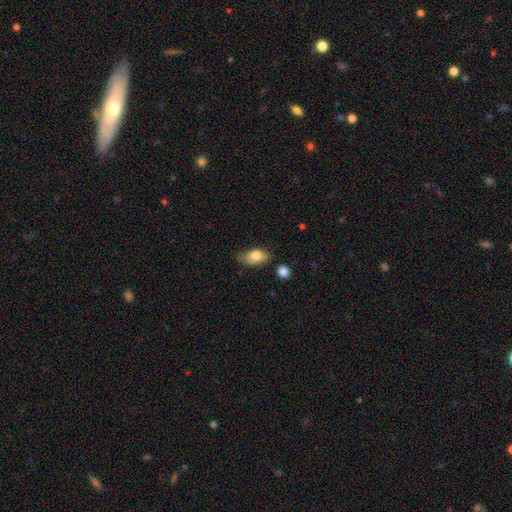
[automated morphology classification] Smooth or featured?
  - smooth: 78% *
  - featured or disk: 15%
  - star or artifact: 7%
How rounded?
  - in between: 89% *
  - round: 8%
  - cigar-shaped: 4%
Merging?
  - none: 60% *
  - minor disturbance: 29%
  - major disturbance: 6%
  - merger: 4%